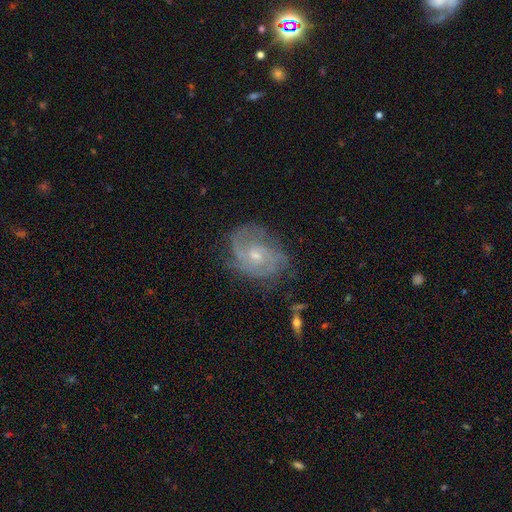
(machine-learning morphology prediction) Smooth or featured: featured or disk — 83% (smooth — 11%)
Edge-on disk: no — 97% (yes — 3%)
Bar: no — 56% (weak — 39%)
Spiral arms: yes — 94% (no — 6%)
Spiral winding: tight — 44% (medium — 43%)
Spiral arm count: 2 — 43% (can't tell — 24%)
Bulge size: small — 56% (moderate — 39%)
Merging: none — 67% (minor disturbance — 22%)